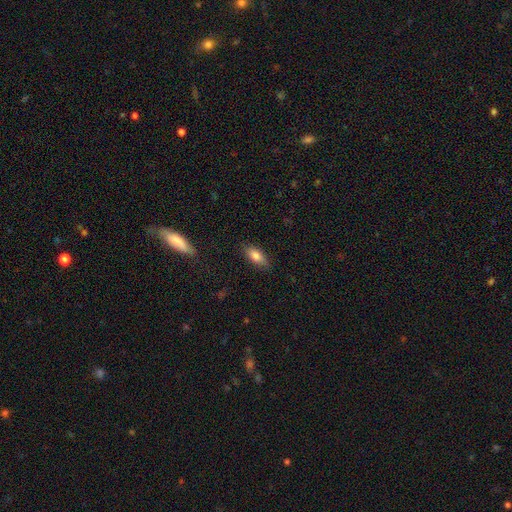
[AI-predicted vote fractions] Smooth or featured? Predicted: smooth (p=0.80). How rounded? Predicted: in between (p=0.82). Merging? Predicted: none (p=0.85).